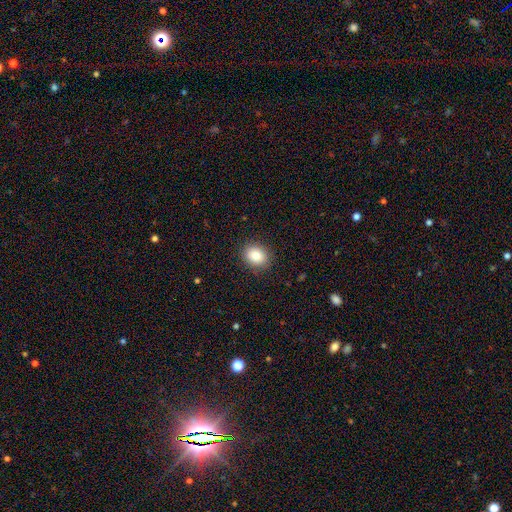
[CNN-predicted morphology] Overall: smooth (85%). How rounded: round (52%; in between 48%). Merging: none (88%).